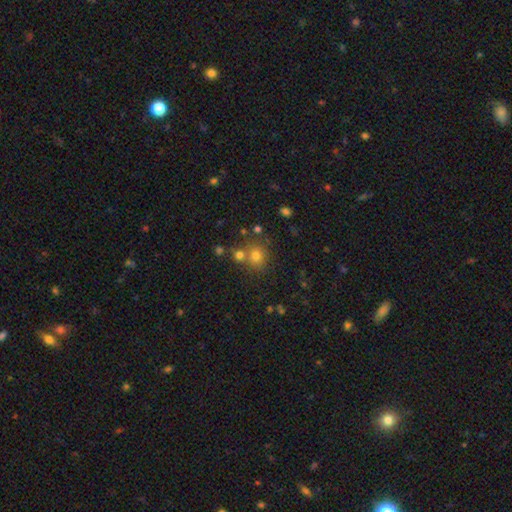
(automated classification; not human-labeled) Smooth or featured? Predicted: smooth (p=0.71). How rounded? Predicted: round (p=0.83). Merging? Predicted: none (p=0.64).